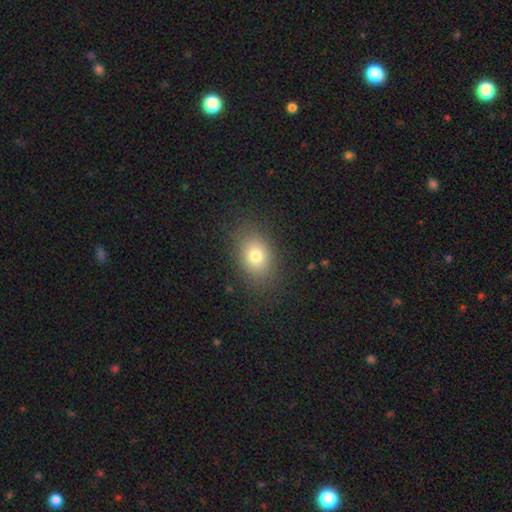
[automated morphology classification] smooth 78%, star or artifact 11%, featured or disk 11%. Down the decision tree: how rounded — in between (71%); merging — none (84%).